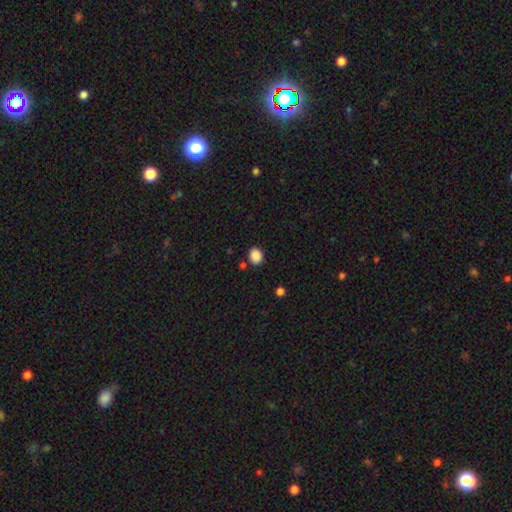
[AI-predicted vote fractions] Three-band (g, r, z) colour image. It shows a smooth galaxy with no disk features (88%) that is in between round and cigar-shaped (55%). Merging: none (83%).